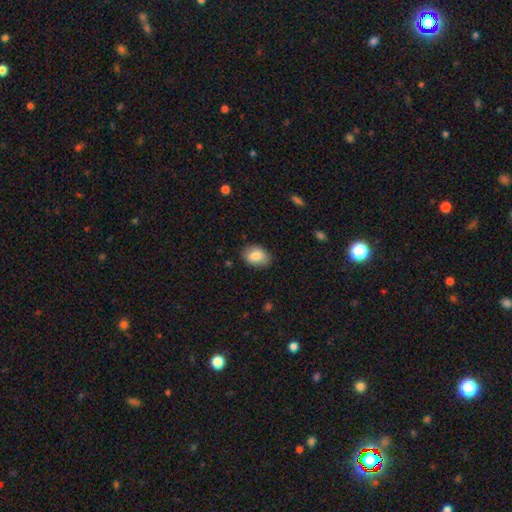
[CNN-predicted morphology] This appears to be a smooth galaxy with no disk features (84%) that is in between round and cigar-shaped (83%). Merging: none (82%).